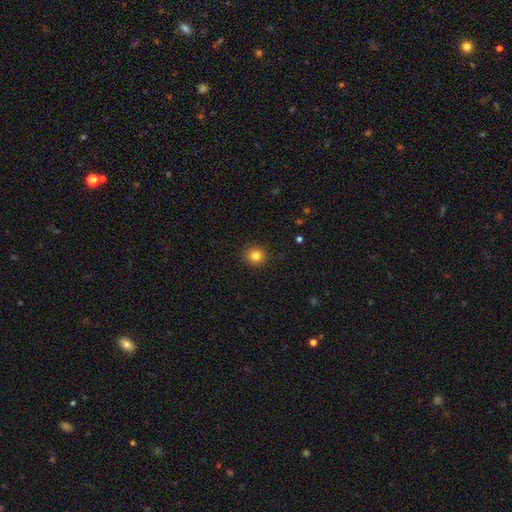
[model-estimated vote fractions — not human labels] Smooth or featured? Predicted: smooth (p=0.83). How rounded? Predicted: round (p=0.90). Merging? Predicted: none (p=0.91).